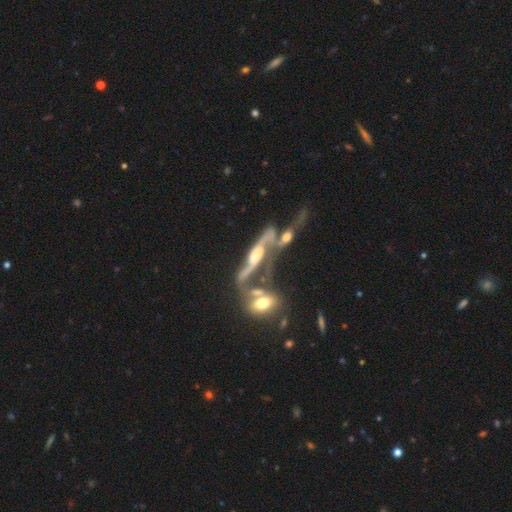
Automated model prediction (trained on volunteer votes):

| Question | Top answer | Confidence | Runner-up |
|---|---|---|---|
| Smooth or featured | featured or disk | 78% | smooth (13%) |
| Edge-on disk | no | 58% | yes (42%) |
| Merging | merger | 55% | none (18%) |